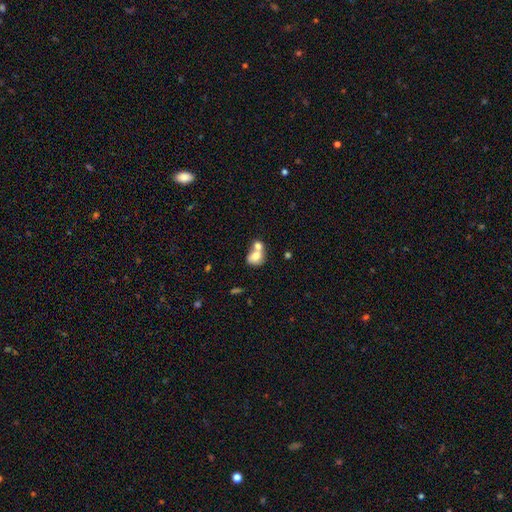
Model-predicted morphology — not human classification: Smooth or featured? Predicted: smooth (p=0.70). How rounded? Predicted: round (p=0.50). Merging? Predicted: merger (p=0.67).